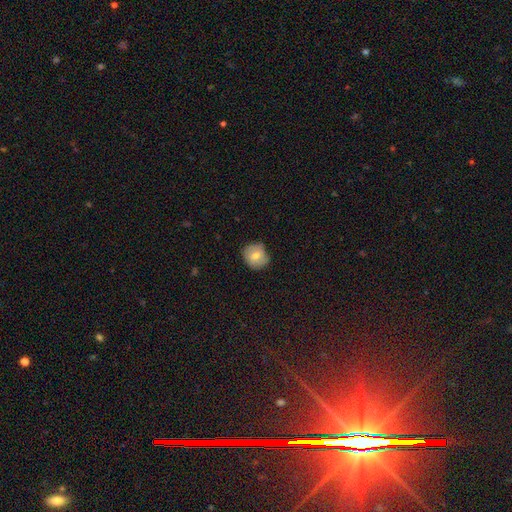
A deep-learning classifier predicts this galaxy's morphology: The model was most divided on "smooth or featured": smooth: 72%, featured or disk: 20%, star or artifact: 8%. More confident: how rounded — round (83%); merging — none (74%).